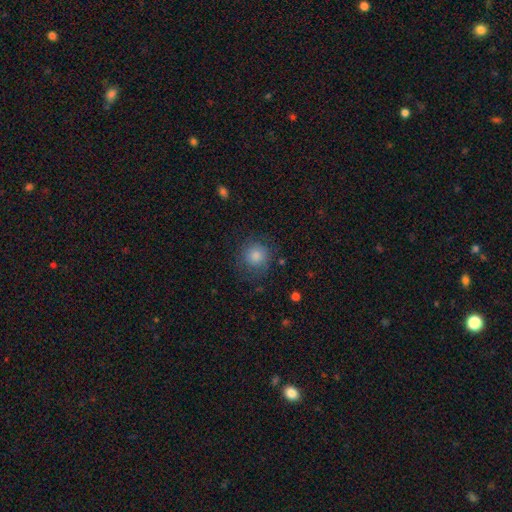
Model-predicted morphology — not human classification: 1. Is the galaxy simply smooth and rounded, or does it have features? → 77% smooth, 12% star or artifact, 10% featured or disk.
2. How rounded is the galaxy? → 92% round, 7% in between, 1% cigar-shaped.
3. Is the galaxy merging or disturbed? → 79% none, 14% minor disturbance, 6% major disturbance, 1% merger.